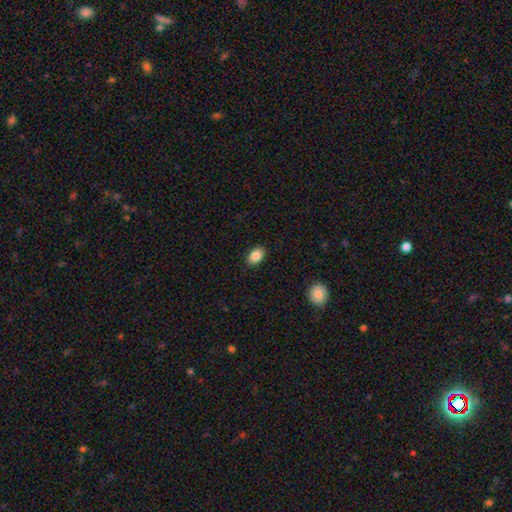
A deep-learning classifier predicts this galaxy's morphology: smooth 87%, star or artifact 8%, featured or disk 5%. Down the decision tree: how rounded — in between (88%); merging — none (89%).